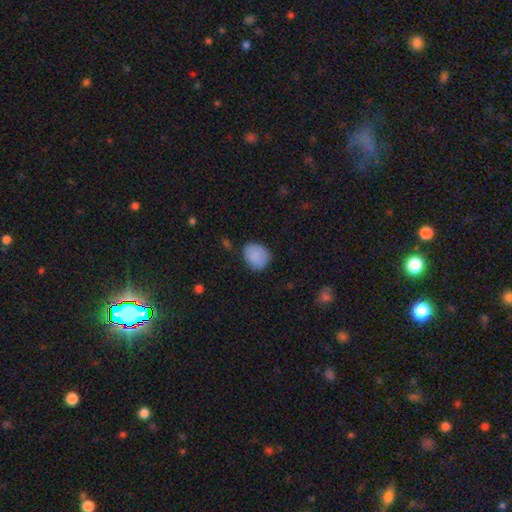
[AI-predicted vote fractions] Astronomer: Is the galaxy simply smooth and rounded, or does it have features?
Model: smooth — 87%.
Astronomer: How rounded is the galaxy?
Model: round — 53% (runner-up: in between, 46%).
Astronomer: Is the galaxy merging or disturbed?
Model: none — 70%.